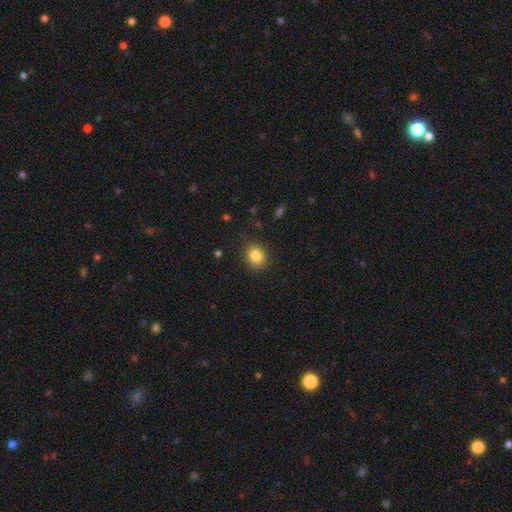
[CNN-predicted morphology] Q: Smooth or featured?
A: smooth (84%); runner-up: star or artifact (10%)
Q: How rounded?
A: round (73%); runner-up: in between (26%)
Q: Merging?
A: none (88%); runner-up: minor disturbance (8%)